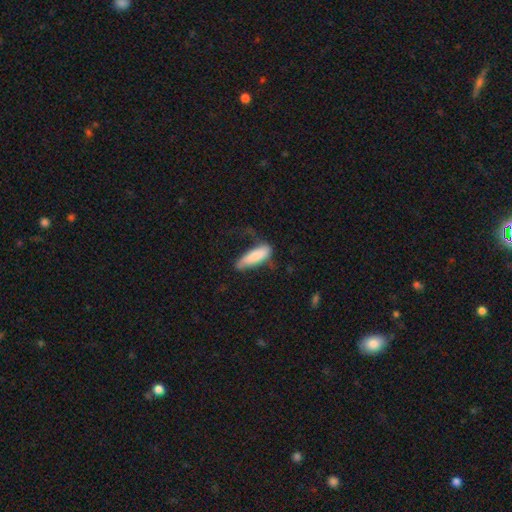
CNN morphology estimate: The model was most divided on "how rounded": cigar-shaped: 51%, in between: 48%, round: 2%. Remaining: smooth or featured — smooth (77%); merging — none (40%).